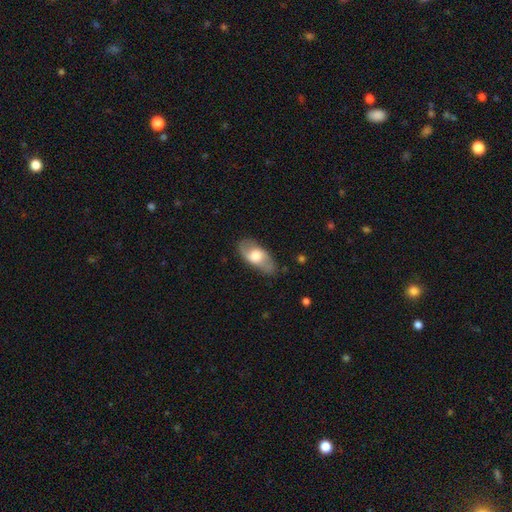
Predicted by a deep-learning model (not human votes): Smooth or featured: smooth — 50% (featured or disk — 44%)
Merging: none — 74% (minor disturbance — 19%)